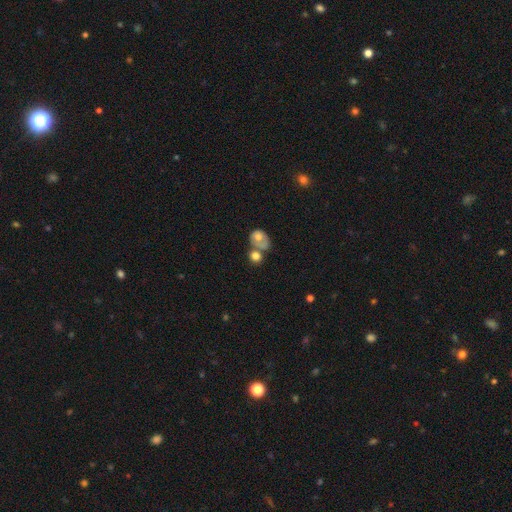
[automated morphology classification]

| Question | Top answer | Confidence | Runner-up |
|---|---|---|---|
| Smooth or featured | smooth | 73% | featured or disk (18%) |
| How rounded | round | 69% | in between (30%) |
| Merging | merger | 44% | none (39%) |